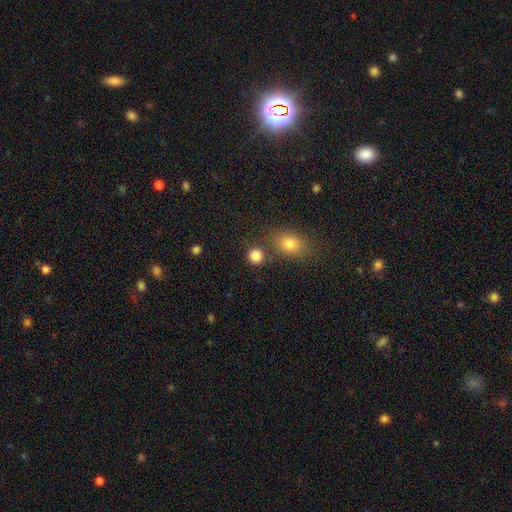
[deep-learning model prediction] Smooth or featured? smooth (85%)
How rounded? round (88%)
Merging? none (78%)